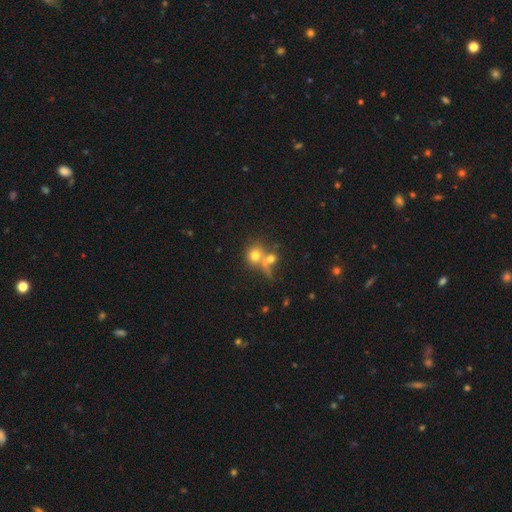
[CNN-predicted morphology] Smooth or featured?
  - smooth: 69% *
  - featured or disk: 17%
  - star or artifact: 14%
How rounded?
  - round: 79% *
  - in between: 19%
  - cigar-shaped: 2%
Merging?
  - merger: 50% *
  - none: 36%
  - minor disturbance: 8%
  - major disturbance: 6%